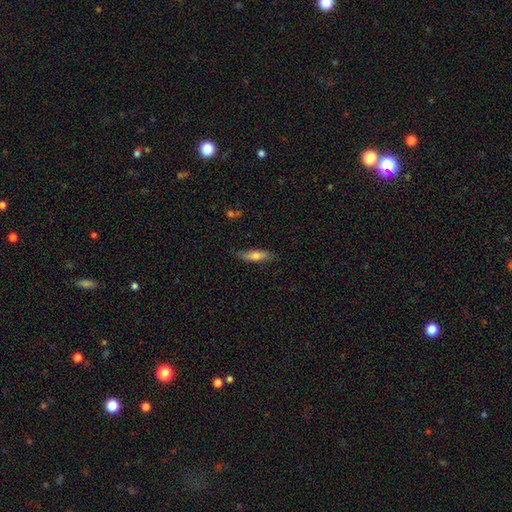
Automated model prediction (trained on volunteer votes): This is likely a smooth galaxy (65%). How rounded: likely cigar-shaped (64%). Merging: likely none (78%).